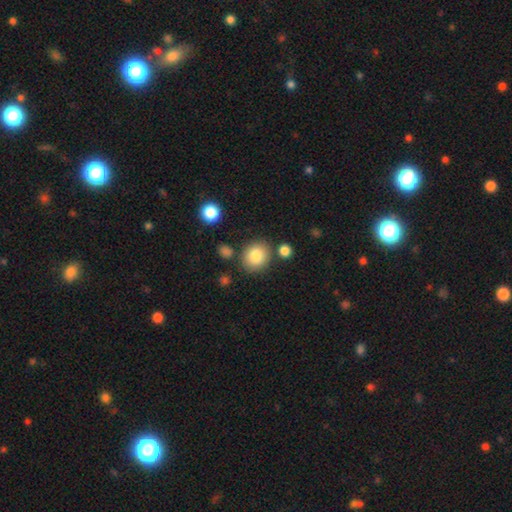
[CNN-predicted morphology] Q: Smooth or featured?
A: smooth (83%); runner-up: star or artifact (9%)
Q: How rounded?
A: round (72%); runner-up: in between (27%)
Q: Merging?
A: none (79%); runner-up: minor disturbance (10%)